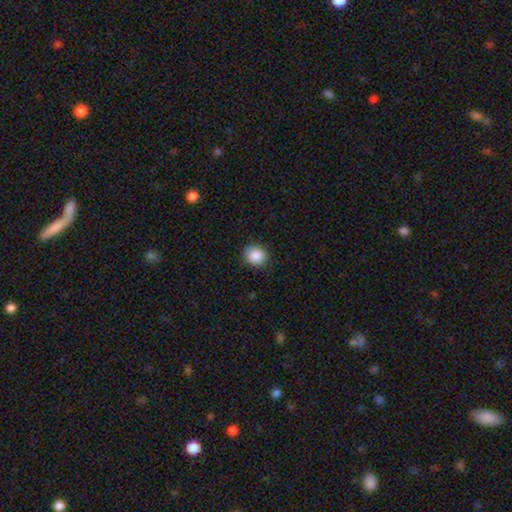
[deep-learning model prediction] The model was most divided on "how rounded": round: 81%, in between: 18%, cigar-shaped: 1%. More confident: smooth or featured — smooth (88%); merging — none (86%).